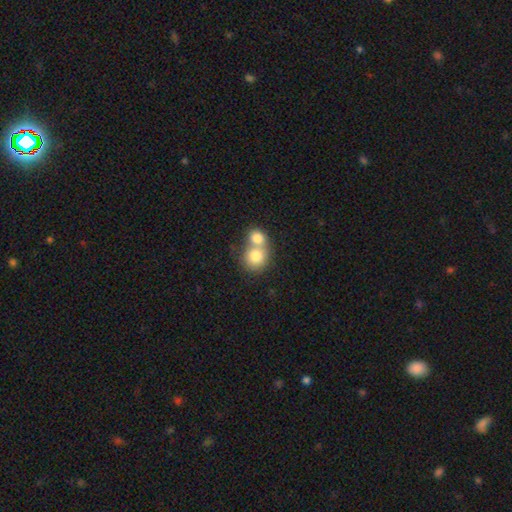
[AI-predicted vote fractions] Smooth or featured?
  - smooth: 77% *
  - featured or disk: 14%
  - star or artifact: 8%
How rounded?
  - round: 77% *
  - in between: 22%
  - cigar-shaped: 1%
Merging?
  - merger: 66% *
  - none: 26%
  - minor disturbance: 5%
  - major disturbance: 2%